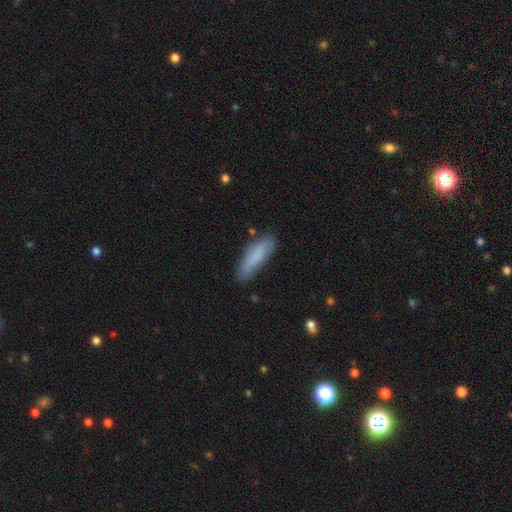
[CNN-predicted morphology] Smooth or featured? smooth (82%)
How rounded? cigar-shaped (59%)
Merging? none (77%)